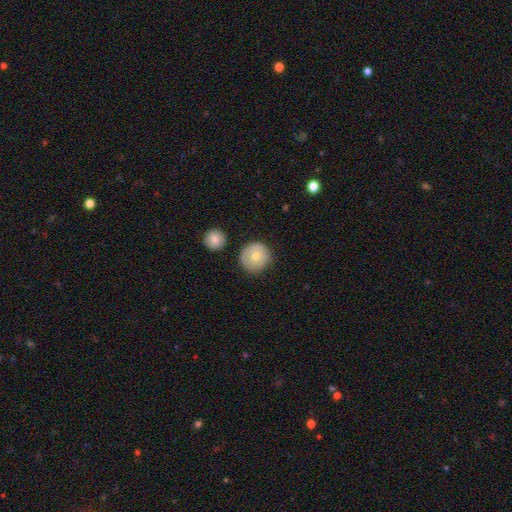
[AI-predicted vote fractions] The model was most divided on "smooth or featured": smooth: 67%, featured or disk: 25%, star or artifact: 8%. More confident: how rounded — round (95%); merging — none (83%).